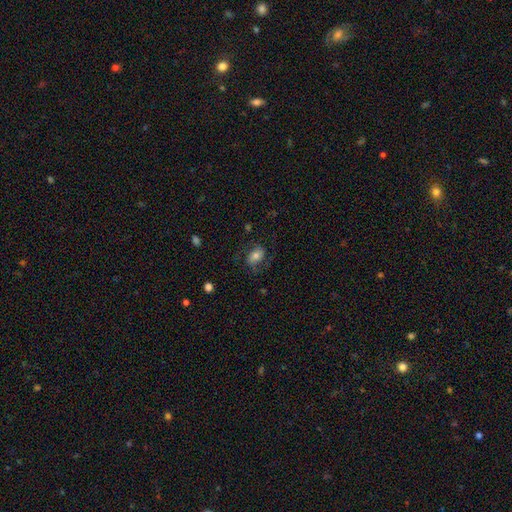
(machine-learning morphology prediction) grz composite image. It shows a smooth galaxy with no disk features (61%) that is in between round and cigar-shaped (78%). Merging: none (67%).